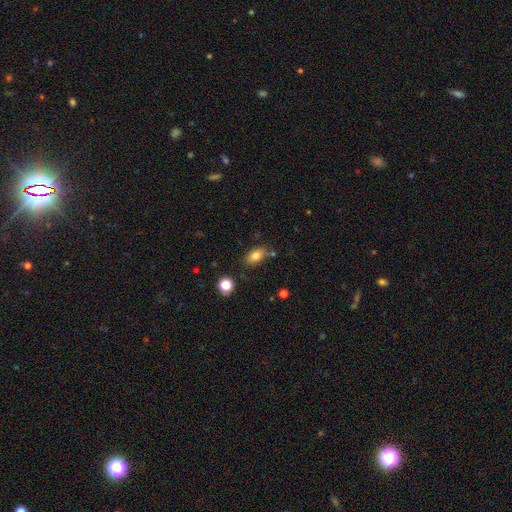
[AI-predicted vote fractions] This is clearly a smooth galaxy (80%). How rounded: clearly in between (87%). Merging: likely none (74%).